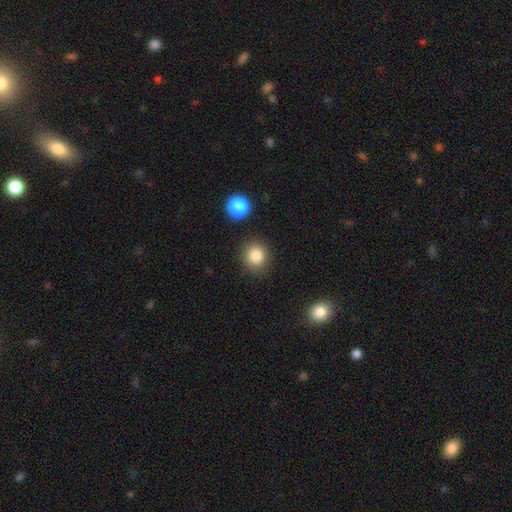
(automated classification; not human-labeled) Morphology: type=smooth (83%); roundness=round (86%); merging=none (86%).